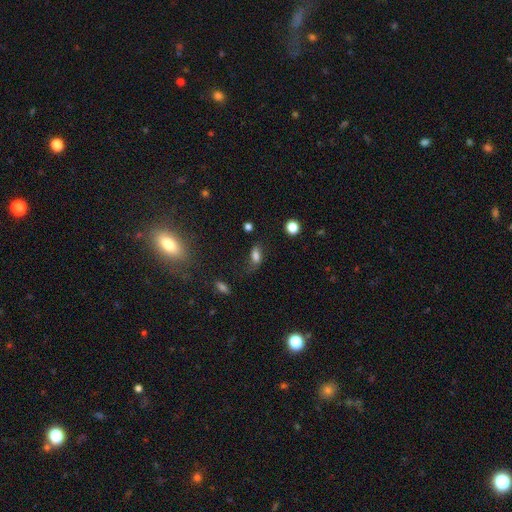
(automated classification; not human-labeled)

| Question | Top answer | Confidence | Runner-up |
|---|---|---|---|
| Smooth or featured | smooth | 71% | featured or disk (15%) |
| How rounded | in between | 83% | cigar-shaped (9%) |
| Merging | none | 46% | minor disturbance (28%) |